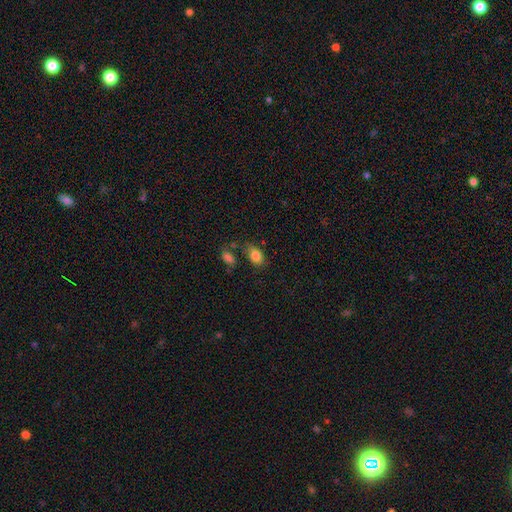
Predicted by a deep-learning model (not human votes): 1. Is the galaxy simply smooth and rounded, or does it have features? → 84% smooth, 9% star or artifact, 7% featured or disk.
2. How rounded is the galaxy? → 82% in between, 16% round, 2% cigar-shaped.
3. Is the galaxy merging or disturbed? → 64% none, 20% minor disturbance, 9% merger, 7% major disturbance.